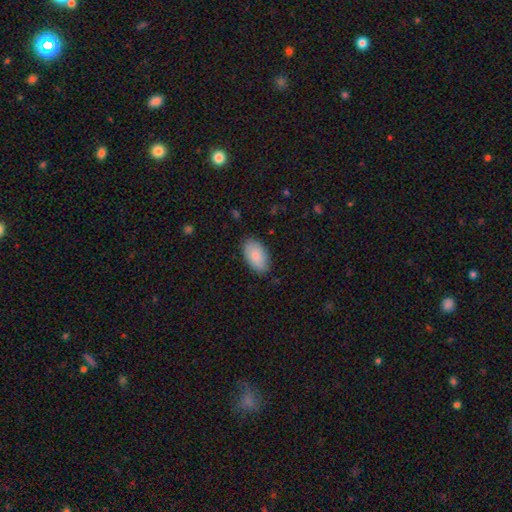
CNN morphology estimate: A smooth galaxy with no disk features (87%) that is in between round and cigar-shaped (95%).

Vote fractions:
- Smooth or featured? smooth: 87% / featured or disk: 7% / star or artifact: 6%
- How rounded? in between: 95% / round: 4% / cigar-shaped: 2%
- Merging? none: 84% / minor disturbance: 12% / major disturbance: 3% / merger: 1%